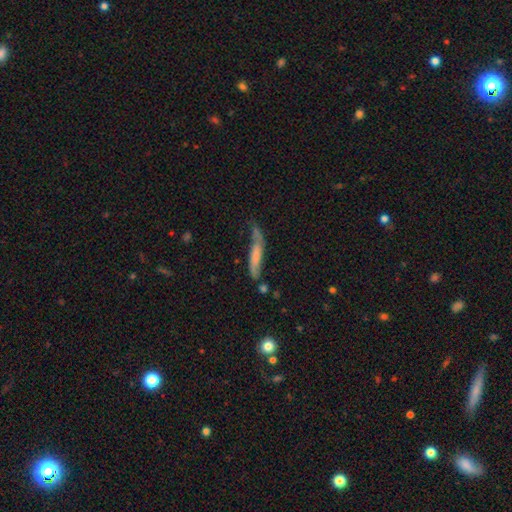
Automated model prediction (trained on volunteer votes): Smooth or featured? smooth (51%)
How rounded? cigar-shaped (86%)
Merging? none (46%)